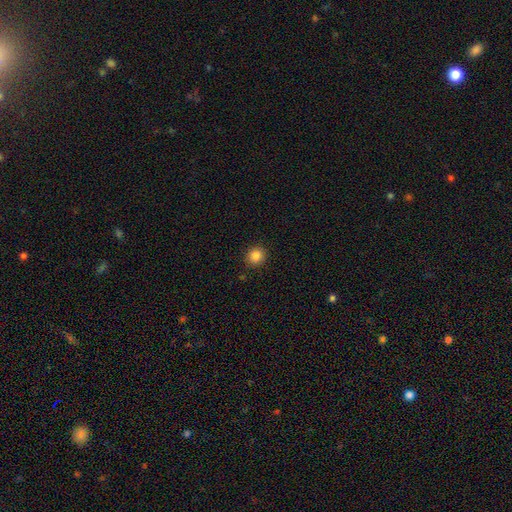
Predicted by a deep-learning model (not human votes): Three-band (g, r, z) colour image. It shows a smooth galaxy with no disk features (85%) that is round (88%). Merging: none (91%).